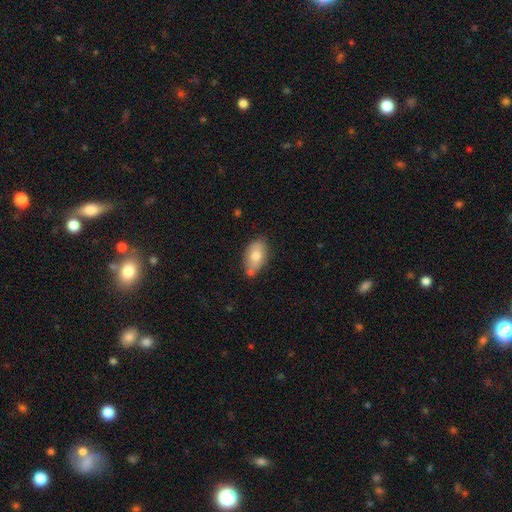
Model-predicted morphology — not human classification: Smooth or featured: smooth — 74% (featured or disk — 19%)
How rounded: in between — 89% (round — 9%)
Merging: none — 68% (minor disturbance — 18%)